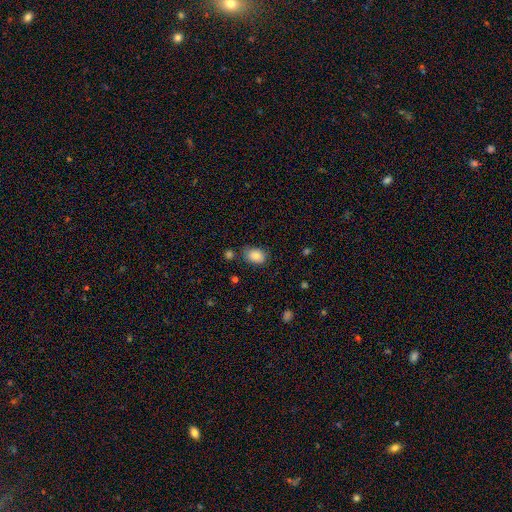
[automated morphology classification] The model was most divided on "merging": none: 75%, minor disturbance: 17%, merger: 4%, major disturbance: 4%. More confident: smooth or featured — smooth (85%); how rounded — in between (81%).